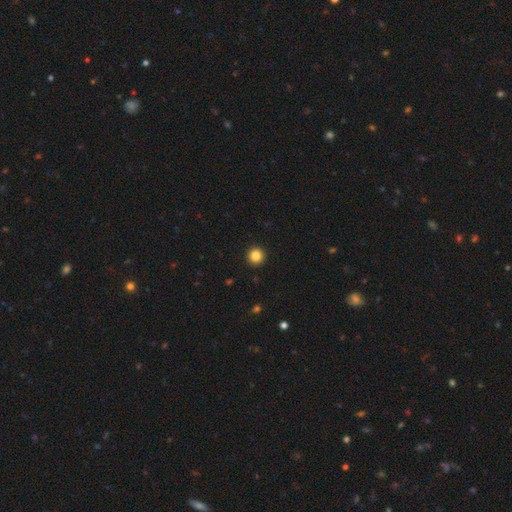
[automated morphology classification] smooth-or-featured: smooth: 85% | star or artifact: 11% | featured or disk: 4%
  how-rounded: round: 96% | in between: 3% | cigar-shaped: 1%
  merging: none: 94% | minor disturbance: 4% | major disturbance: 1% | merger: 1%